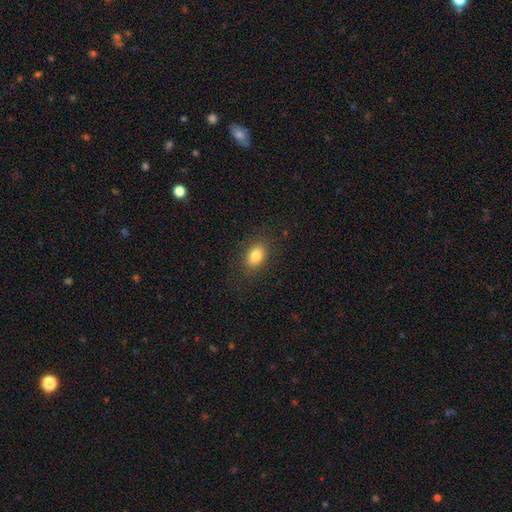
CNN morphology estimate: smooth 82%, star or artifact 9%, featured or disk 9%. Down the decision tree: how rounded — in between (81%); merging — none (85%).